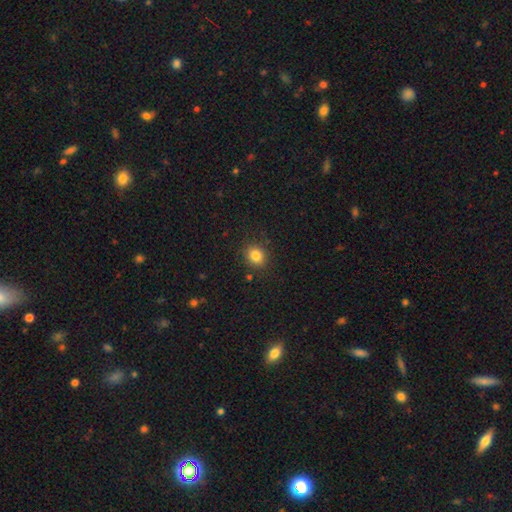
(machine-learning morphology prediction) smooth-or-featured: smooth: 83% | star or artifact: 11% | featured or disk: 6%
  how-rounded: round: 64% | in between: 35% | cigar-shaped: 1%
  merging: none: 85% | minor disturbance: 10% | major disturbance: 3% | merger: 2%